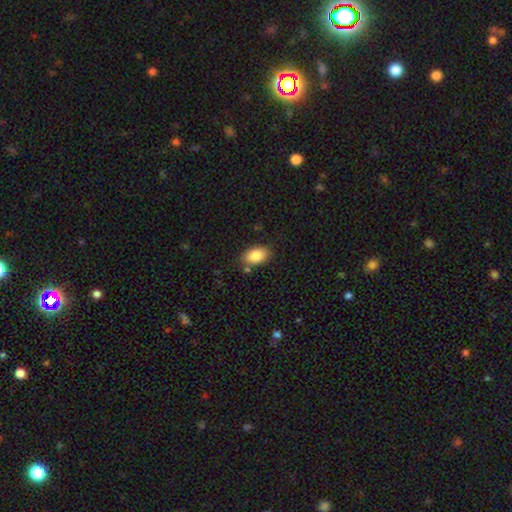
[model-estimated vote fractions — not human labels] This appears to be a smooth galaxy with no disk features (86%) that is in between round and cigar-shaped (89%). Merging: none (78%).